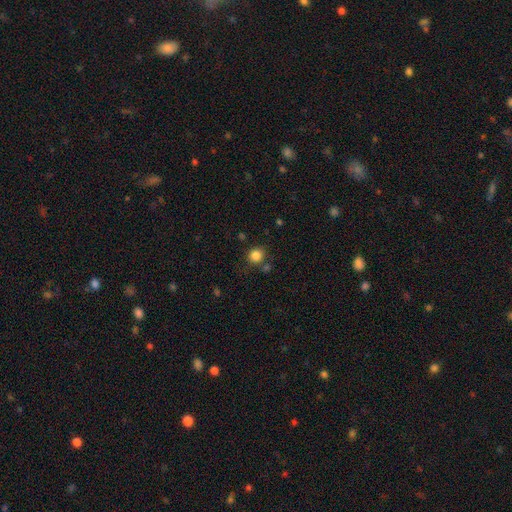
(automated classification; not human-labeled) This appears to be a smooth galaxy with no disk features (84%) that is round (87%). Merging: none (78%).